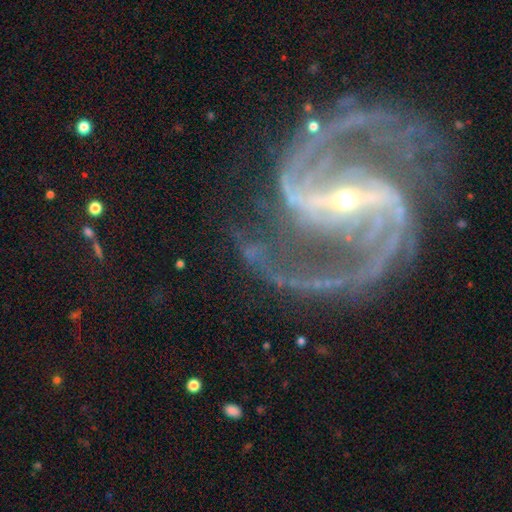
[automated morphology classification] Q: Smooth or featured?
A: featured or disk (81%); runner-up: star or artifact (12%)
Q: Edge-on disk?
A: no (94%); runner-up: yes (6%)
Q: Bar?
A: strong (54%); runner-up: weak (27%)
Q: Spiral arms?
A: yes (89%); runner-up: no (11%)
Q: Spiral winding?
A: medium (40%); runner-up: loose (34%)
Q: Spiral arm count?
A: 2 (62%); runner-up: can't tell (12%)
Q: Bulge size?
A: small (58%); runner-up: moderate (32%)
Q: Merging?
A: none (52%); runner-up: major disturbance (26%)